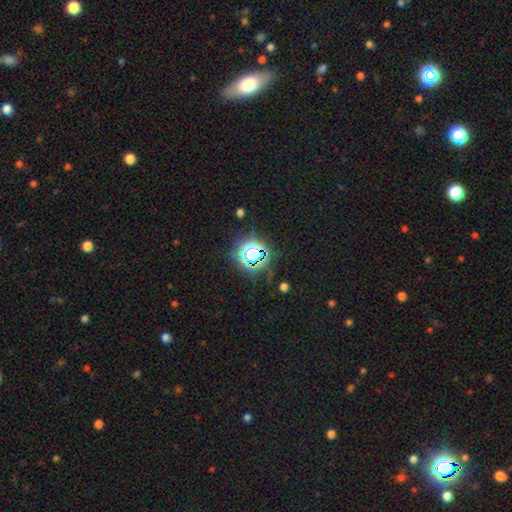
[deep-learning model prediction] A star or artifact, not a galaxy (74%).